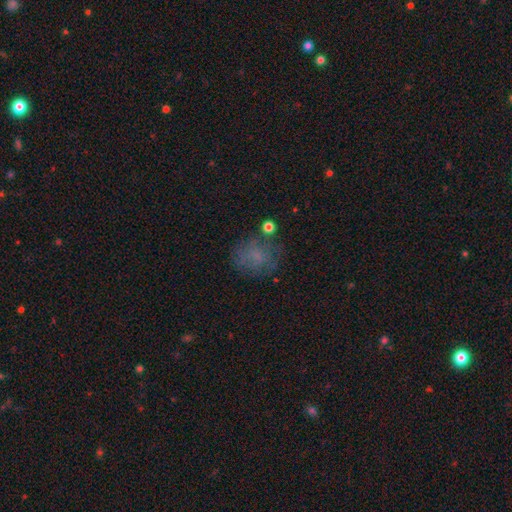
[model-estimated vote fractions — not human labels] The model was most divided on "how rounded": round: 66%, in between: 33%, cigar-shaped: 1%. More confident: merging — none (61%); smooth or featured — smooth (60%).